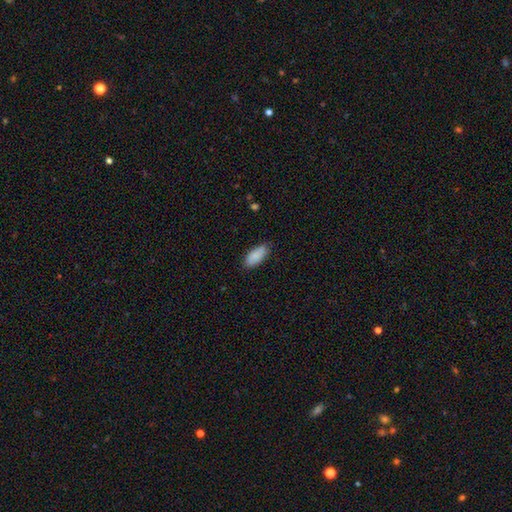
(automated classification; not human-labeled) Q: Smooth or featured?
A: smooth (88%); runner-up: star or artifact (6%)
Q: How rounded?
A: in between (88%); runner-up: cigar-shaped (11%)
Q: Merging?
A: none (80%); runner-up: minor disturbance (16%)